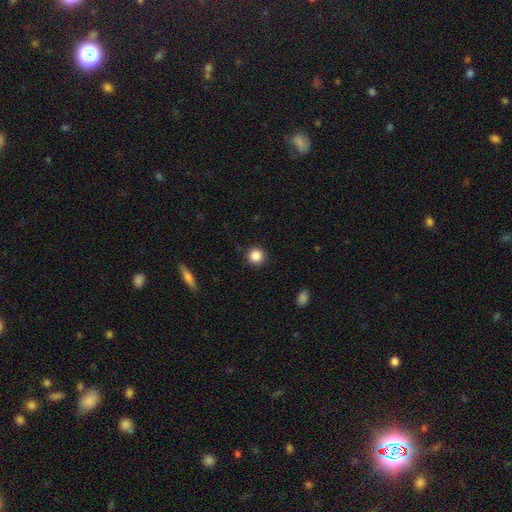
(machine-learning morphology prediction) Smooth or featured: smooth — 86% (star or artifact — 10%)
How rounded: round — 94% (in between — 5%)
Merging: none — 91% (minor disturbance — 6%)